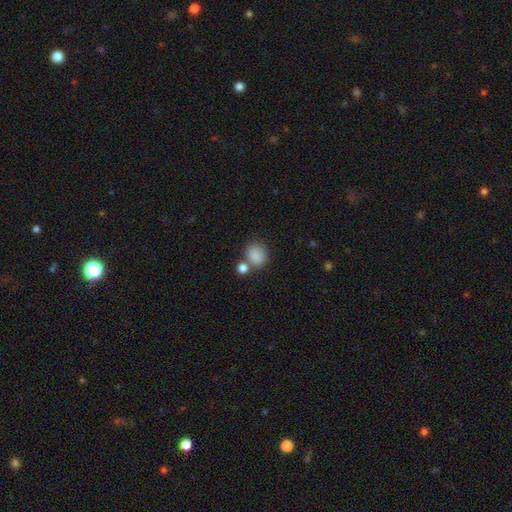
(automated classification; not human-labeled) The model was most divided on "how rounded": round: 61%, in between: 38%, cigar-shaped: 1%. More confident: smooth or featured — smooth (85%); merging — none (59%).